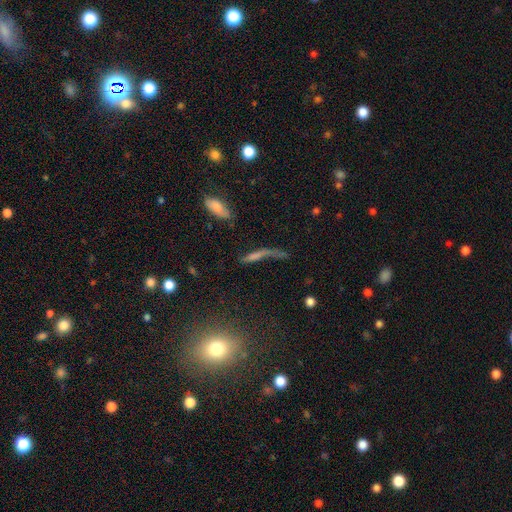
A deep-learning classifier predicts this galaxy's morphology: type=smooth (42%); merging=none (42%).